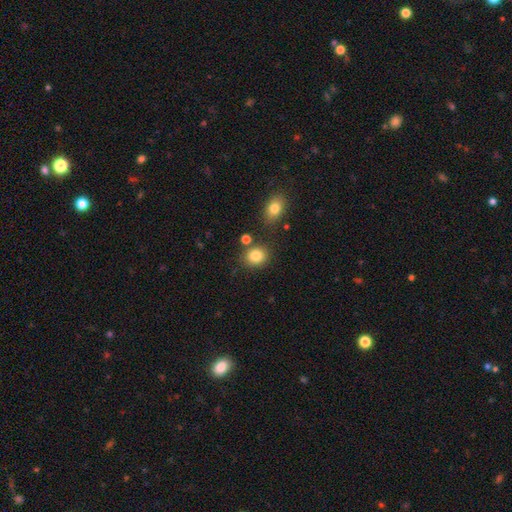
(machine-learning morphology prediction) A smooth galaxy with no disk features (84%) that is round (69%). Merging: none (79%).